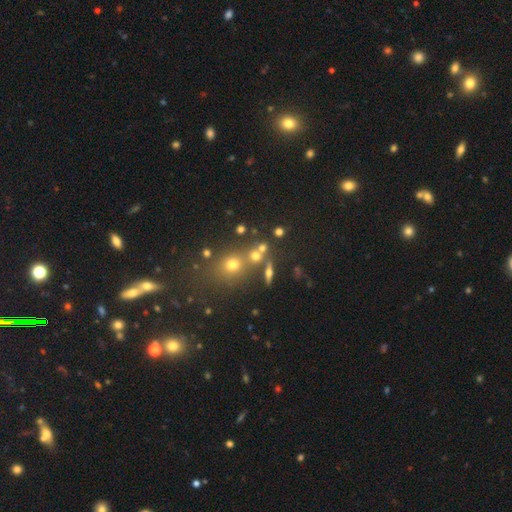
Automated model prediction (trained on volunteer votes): This is possibly a smooth galaxy (58%). How rounded: likely round (74%). Merging: possibly none (56%).